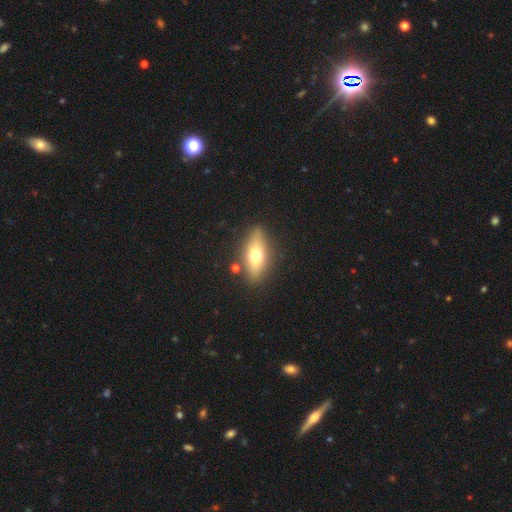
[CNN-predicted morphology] Overall: smooth (59%; featured or disk 33%). How rounded: in between (65%; cigar-shaped 29%). Merging: none (83%).